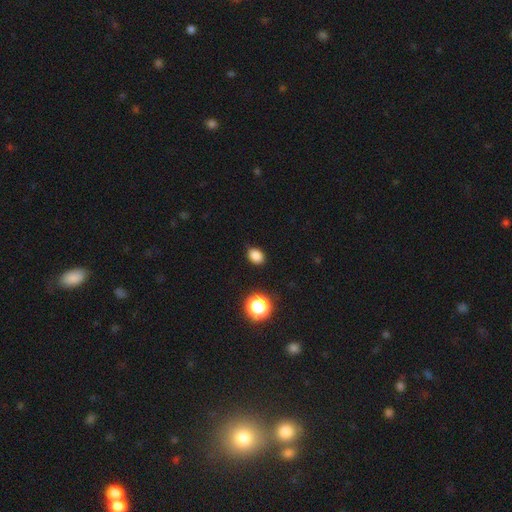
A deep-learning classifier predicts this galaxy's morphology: Overall: smooth (84%). How rounded: in between (67%; round 32%). Merging: none (87%).